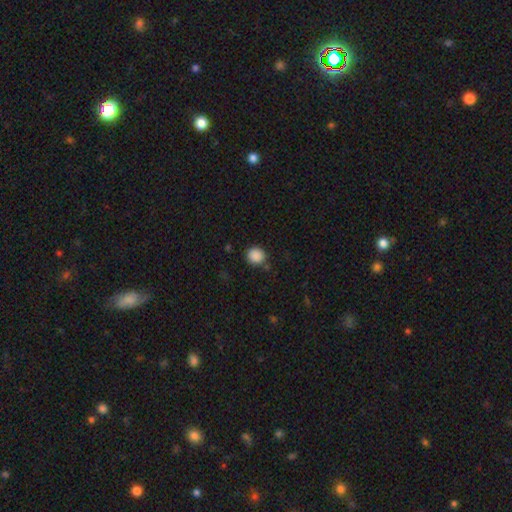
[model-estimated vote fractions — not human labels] This is clearly a smooth galaxy (88%). How rounded: clearly round (86%). Merging: clearly none (84%).